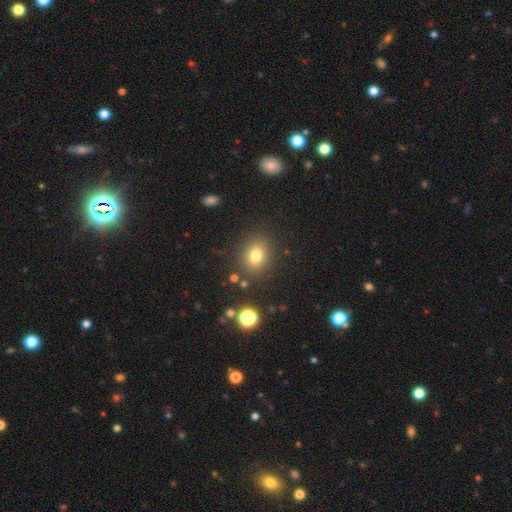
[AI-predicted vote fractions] Smooth or featured? smooth (76%)
How rounded? round (55%)
Merging? none (85%)